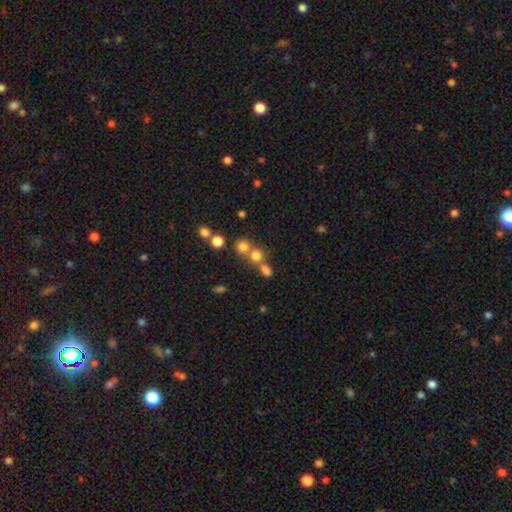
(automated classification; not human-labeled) smooth_or_featured: smooth (p=0.72) [alt: star or artifact p=0.18]
how_rounded: round (p=0.85) [alt: in between p=0.14]
merging: none (p=0.49) [alt: merger p=0.40]